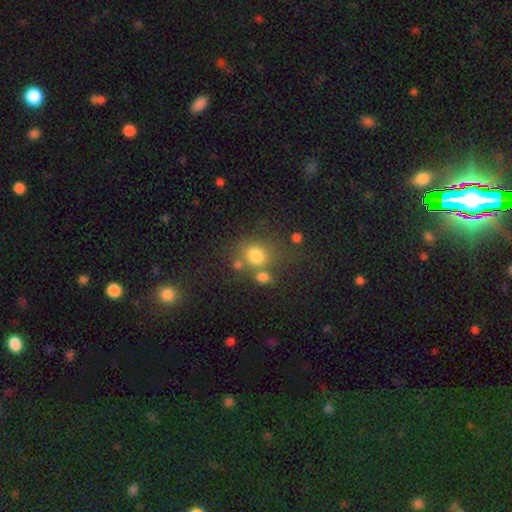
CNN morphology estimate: Smooth or featured: smooth — 75% (star or artifact — 15%)
How rounded: round — 73% (in between — 26%)
Merging: none — 57% (merger — 21%)